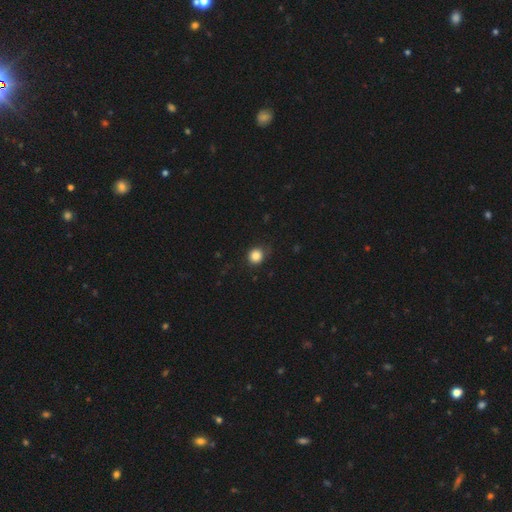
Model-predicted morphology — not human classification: A smooth galaxy with no disk features (85%) that is round (86%).

Vote fractions:
- Smooth or featured? smooth: 85% / star or artifact: 11% / featured or disk: 4%
- How rounded? round: 86% / in between: 13% / cigar-shaped: 1%
- Merging? none: 81% / minor disturbance: 15% / major disturbance: 3% / merger: 1%